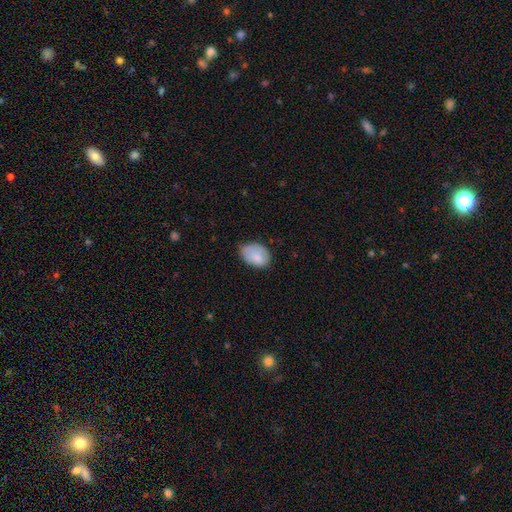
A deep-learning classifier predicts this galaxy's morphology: This is clearly a smooth galaxy (81%). How rounded: clearly in between (81%). Merging: likely none (61%).